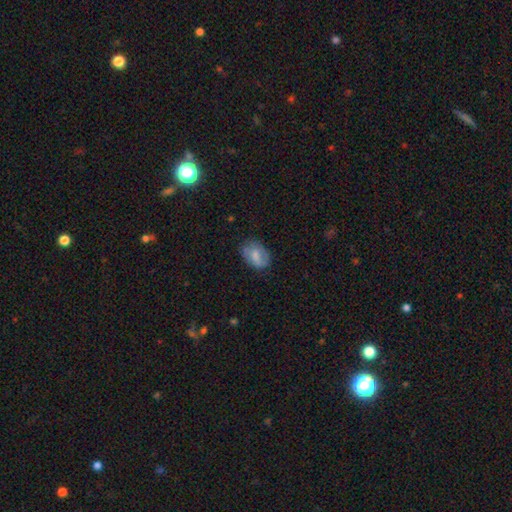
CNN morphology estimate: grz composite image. It shows a smooth galaxy with no disk features (69%) that is in between round and cigar-shaped (83%). Merging: none (68%).